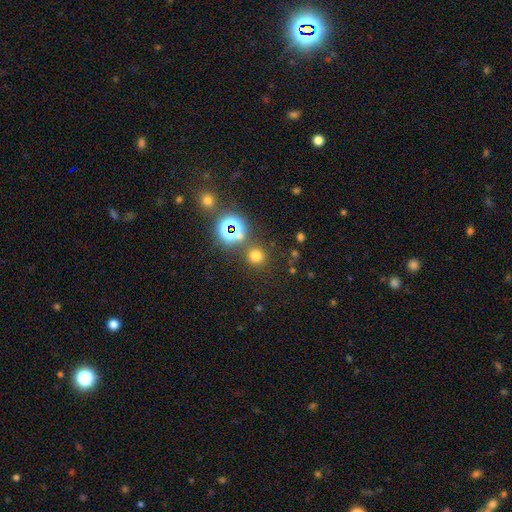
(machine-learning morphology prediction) A smooth galaxy with no disk features (67%) that is round (92%). Merging: none (83%).